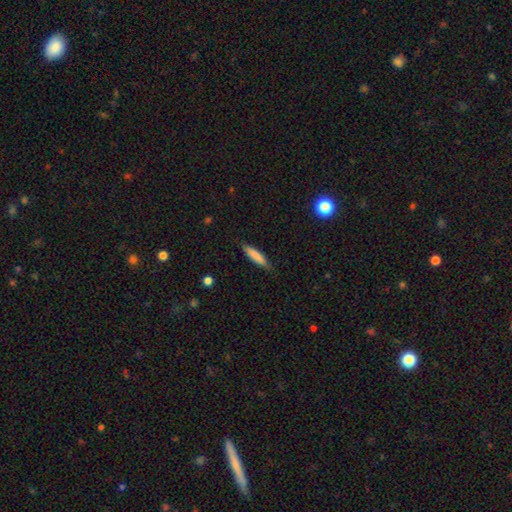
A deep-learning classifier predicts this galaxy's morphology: A smooth galaxy with no disk features (79%) that is cigar-shaped (84%).

Vote fractions:
- Smooth or featured? smooth: 79% / featured or disk: 15% / star or artifact: 6%
- How rounded? cigar-shaped: 84% / in between: 15% / round: 1%
- Merging? none: 82% / minor disturbance: 14% / major disturbance: 2% / merger: 1%